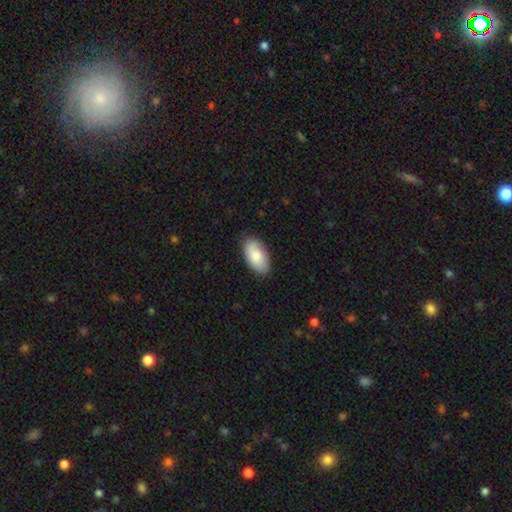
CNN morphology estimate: smooth 83%, featured or disk 12%, star or artifact 6%. Down the decision tree: how rounded — in between (95%); merging — none (83%).